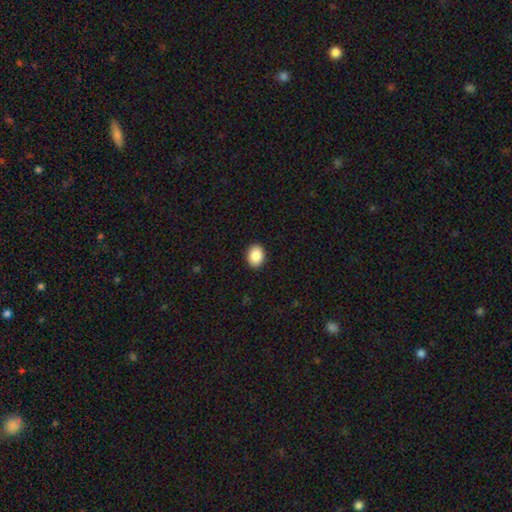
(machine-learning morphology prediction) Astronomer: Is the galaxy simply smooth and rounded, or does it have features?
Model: smooth — 89%.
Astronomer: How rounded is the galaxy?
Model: in between — 65%.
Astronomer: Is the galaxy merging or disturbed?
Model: none — 91%.